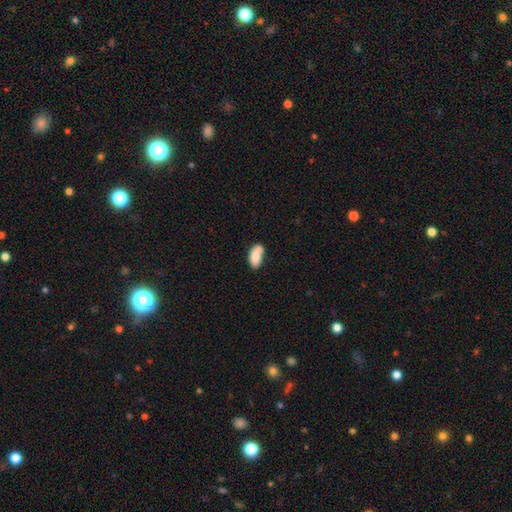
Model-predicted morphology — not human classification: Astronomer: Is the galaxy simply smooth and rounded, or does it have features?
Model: smooth — 79%.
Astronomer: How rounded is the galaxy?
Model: in between — 91%.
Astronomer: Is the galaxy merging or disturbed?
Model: none — 44% (runner-up: merger, 30%).